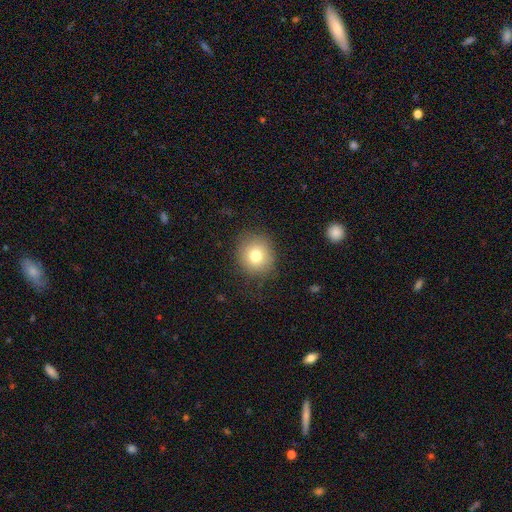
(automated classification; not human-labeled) Overall: smooth (78%). How rounded: round (84%). Merging: none (84%).